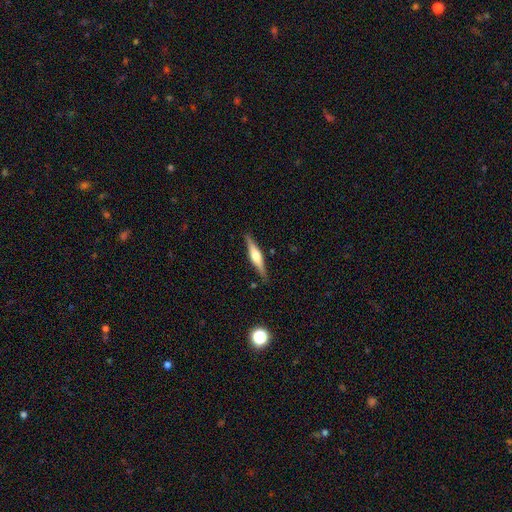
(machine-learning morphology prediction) Smooth or featured? featured or disk (67%)
Edge-on disk? yes (97%)
Edge-on bulge? rounded (85%)
Merging? none (88%)